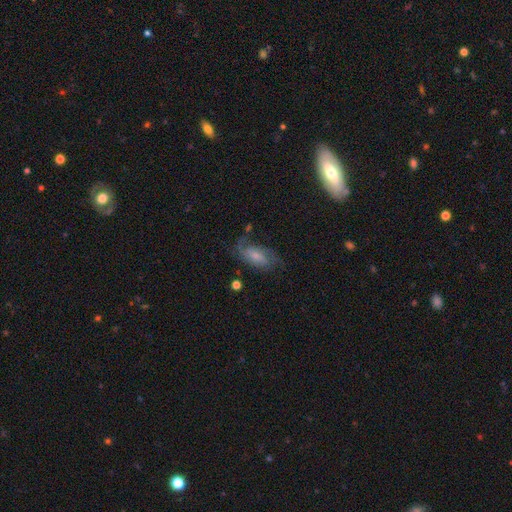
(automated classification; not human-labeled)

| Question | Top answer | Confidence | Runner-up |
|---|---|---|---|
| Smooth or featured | featured or disk | 65% | smooth (27%) |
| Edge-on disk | no | 94% | yes (6%) |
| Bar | no | 49% | weak (41%) |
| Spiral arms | yes | 89% | no (11%) |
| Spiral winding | medium | 44% | loose (31%) |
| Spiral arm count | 2 | 59% | can't tell (18%) |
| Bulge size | small | 51% | moderate (31%) |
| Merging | none | 56% | minor disturbance (23%) |